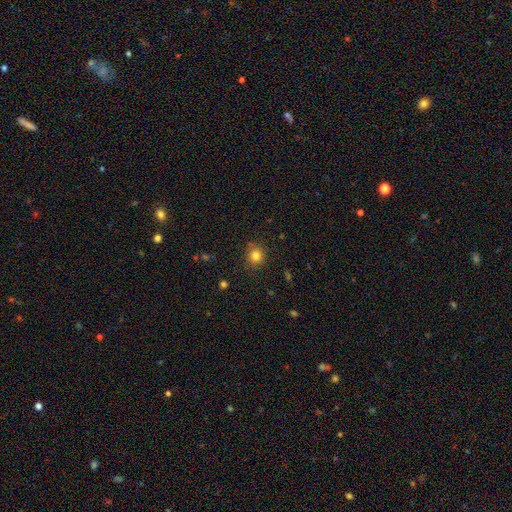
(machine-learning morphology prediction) This appears to be a smooth galaxy with no disk features (81%) that is round (86%). Merging: none (83%).